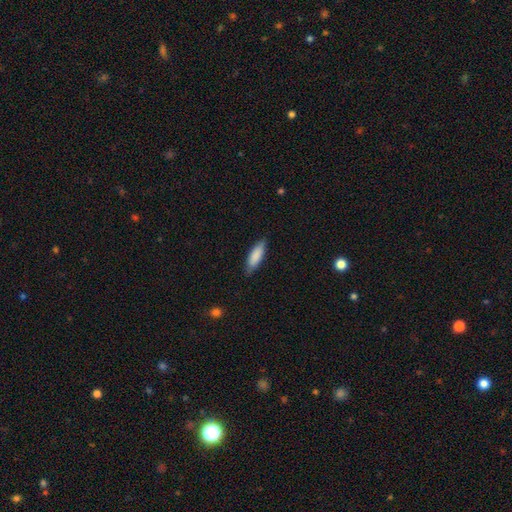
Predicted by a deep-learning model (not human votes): Smooth or featured?
  - smooth: 85% *
  - featured or disk: 9%
  - star or artifact: 5%
How rounded?
  - cigar-shaped: 50% *
  - in between: 48%
  - round: 1%
Merging?
  - none: 83% *
  - minor disturbance: 14%
  - major disturbance: 2%
  - merger: 1%